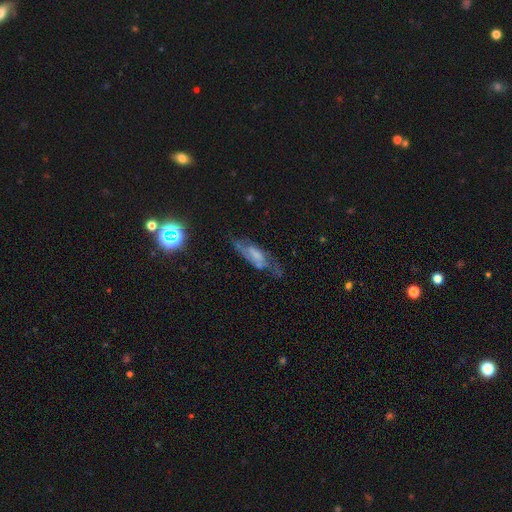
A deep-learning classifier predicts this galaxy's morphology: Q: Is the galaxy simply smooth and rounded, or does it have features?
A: featured or disk — 62%.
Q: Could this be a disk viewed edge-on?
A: no — 78%.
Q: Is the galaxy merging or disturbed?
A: none — 55%.